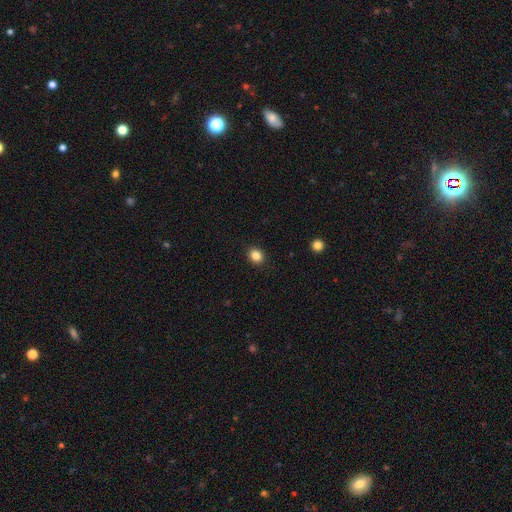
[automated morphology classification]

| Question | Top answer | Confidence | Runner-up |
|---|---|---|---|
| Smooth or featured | smooth | 85% | star or artifact (11%) |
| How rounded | round | 67% | in between (32%) |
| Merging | none | 91% | minor disturbance (7%) |